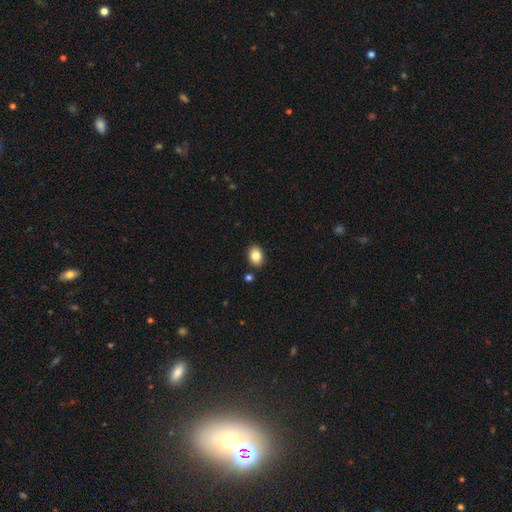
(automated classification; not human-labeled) This appears to be a smooth galaxy with no disk features (84%) that is in between round and cigar-shaped (75%). Merging: none (88%).